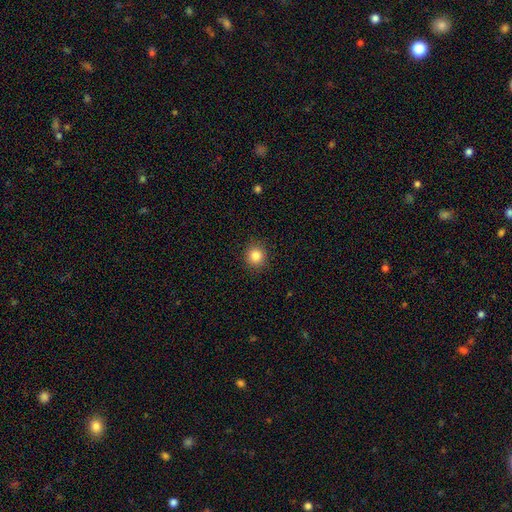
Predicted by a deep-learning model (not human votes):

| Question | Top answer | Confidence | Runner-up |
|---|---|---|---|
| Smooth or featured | smooth | 84% | star or artifact (11%) |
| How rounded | round | 91% | in between (9%) |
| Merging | none | 91% | minor disturbance (6%) |